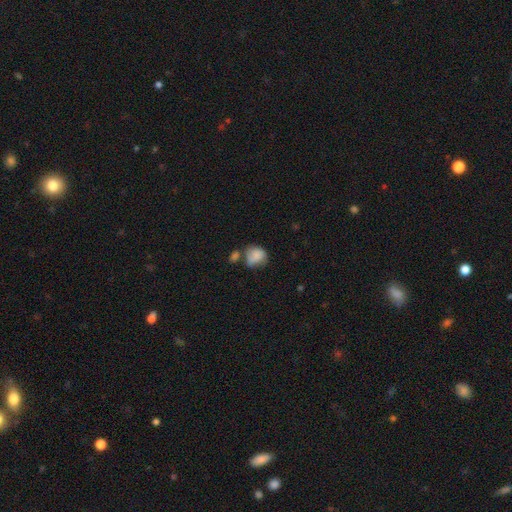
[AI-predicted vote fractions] smooth_or_featured: smooth (p=0.77) [alt: featured or disk p=0.15]
how_rounded: round (p=0.59) [alt: in between p=0.40]
merging: none (p=0.35) [alt: minor disturbance p=0.26]